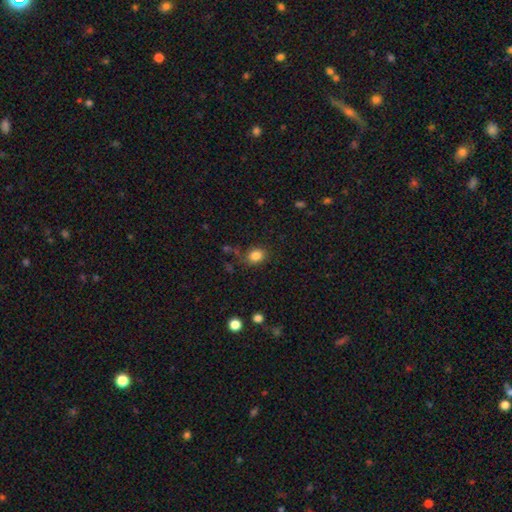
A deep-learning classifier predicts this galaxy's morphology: Overall: smooth (83%). How rounded: round (53%; in between 46%). Merging: none (78%).